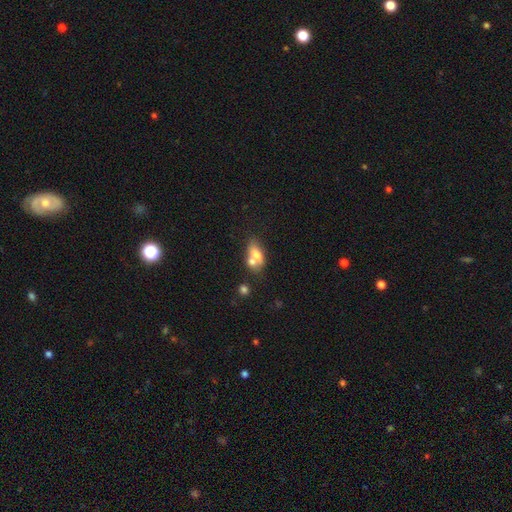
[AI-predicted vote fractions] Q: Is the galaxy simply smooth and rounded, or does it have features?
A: smooth — 62%.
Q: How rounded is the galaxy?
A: in between — 79%.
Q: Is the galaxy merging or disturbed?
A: merger — 53%.